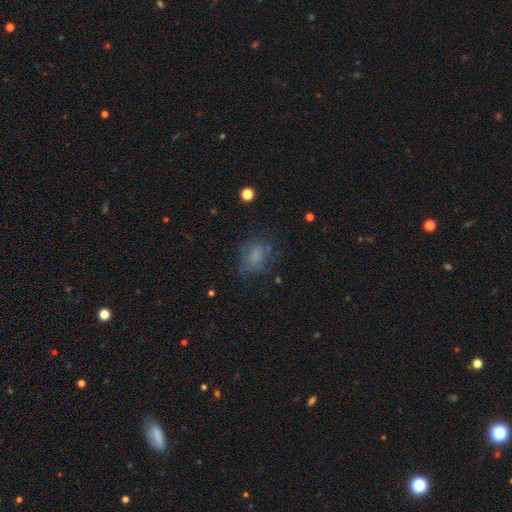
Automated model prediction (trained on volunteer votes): Smooth or featured?
  - smooth: 64% *
  - featured or disk: 20%
  - star or artifact: 16%
How rounded?
  - in between: 56% *
  - round: 43%
  - cigar-shaped: 2%
Merging?
  - none: 62% *
  - minor disturbance: 22%
  - major disturbance: 15%
  - merger: 2%